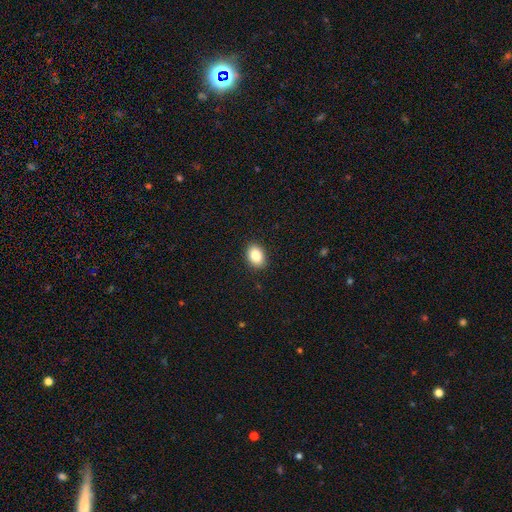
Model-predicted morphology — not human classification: smooth 86%, star or artifact 8%, featured or disk 6%. Down the decision tree: how rounded — in between (77%); merging — none (90%).